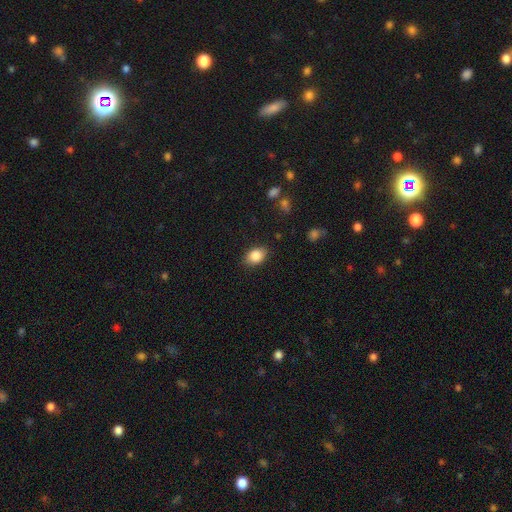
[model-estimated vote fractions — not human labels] A smooth galaxy with no disk features (86%) that is in between round and cigar-shaped (77%).

Vote fractions:
- Smooth or featured? smooth: 86% / star or artifact: 8% / featured or disk: 6%
- How rounded? in between: 77% / round: 22% / cigar-shaped: 1%
- Merging? none: 85% / minor disturbance: 11% / major disturbance: 3% / merger: 1%